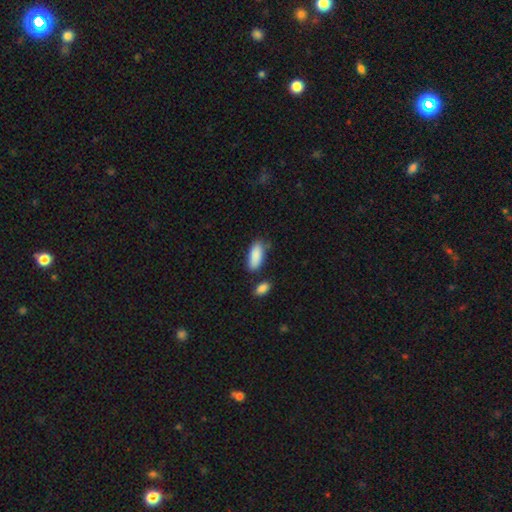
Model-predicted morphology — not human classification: The model was most divided on "merging": none: 67%, minor disturbance: 19%, merger: 9%, major disturbance: 5%. More confident: smooth or featured — smooth (88%); how rounded — in between (84%).